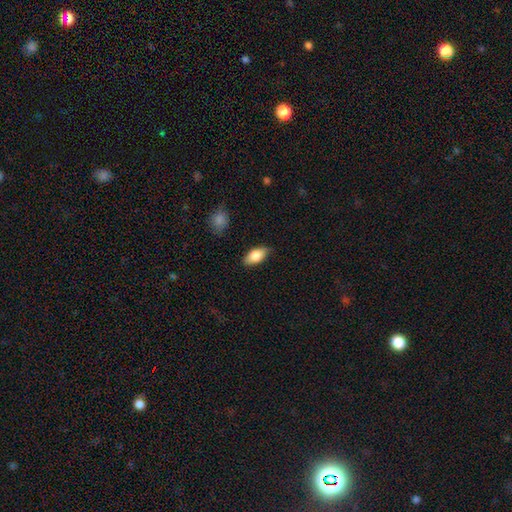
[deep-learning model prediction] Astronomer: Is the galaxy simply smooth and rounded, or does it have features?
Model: smooth — 81%.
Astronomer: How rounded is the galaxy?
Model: in between — 90%.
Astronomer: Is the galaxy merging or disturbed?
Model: none — 83%.